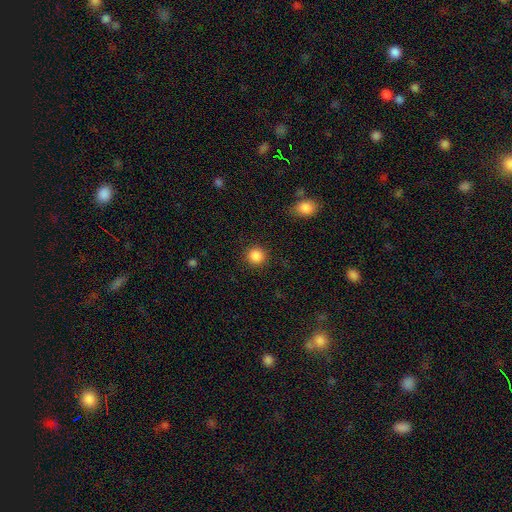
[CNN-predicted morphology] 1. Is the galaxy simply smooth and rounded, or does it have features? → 87% smooth, 10% star or artifact, 3% featured or disk.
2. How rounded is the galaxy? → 93% round, 6% in between, 1% cigar-shaped.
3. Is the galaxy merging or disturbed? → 90% none, 6% minor disturbance, 3% major disturbance, 1% merger.